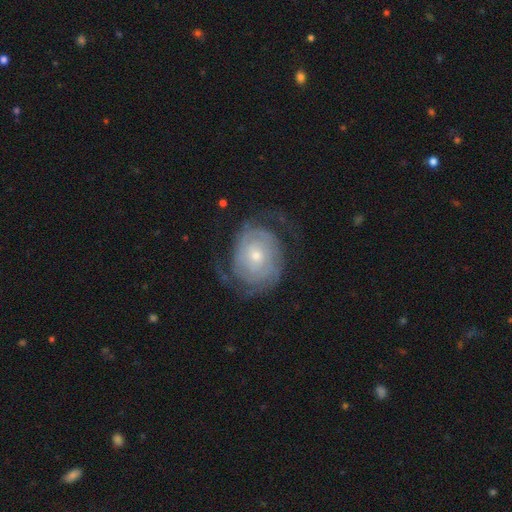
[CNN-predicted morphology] A featured or disk galaxy (83%) with no bar (72%), 2 (54%) tight (62%) spiral arms (93%) and a small central bulge (57%).

Vote fractions:
- Smooth or featured? featured or disk: 83% / smooth: 11% / star or artifact: 5%
- Edge-on disk? no: 97% / yes: 3%
- Bar? no: 72% / weak: 23% / strong: 5%
- Spiral arms? yes: 93% / no: 7%
- Spiral winding? tight: 62% / medium: 26% / loose: 12%
- Spiral arm count? 2: 54% / can't tell: 24% / 3: 9% / 1: 5% / 4: 5% / more than 4: 4%
- Bulge size? small: 57% / moderate: 38% / large: 3% / none: 1% / dominant: 1%
- Merging? none: 65% / minor disturbance: 18% / major disturbance: 16% / merger: 1%